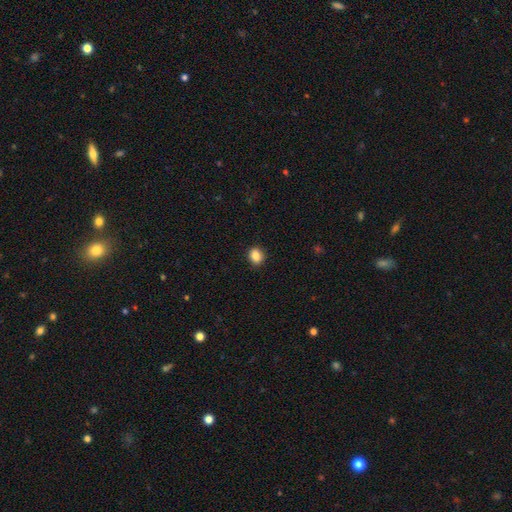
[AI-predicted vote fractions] This is clearly a smooth galaxy (87%). How rounded: possibly round (52%). Merging: clearly none (88%).